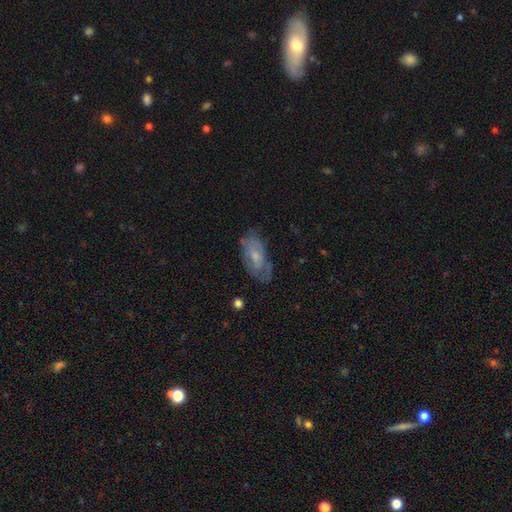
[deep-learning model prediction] The model was most divided on "smooth or featured": featured or disk: 52%, smooth: 40%, star or artifact: 7%. More confident: edge-on disk — no (90%); merging — none (61%).